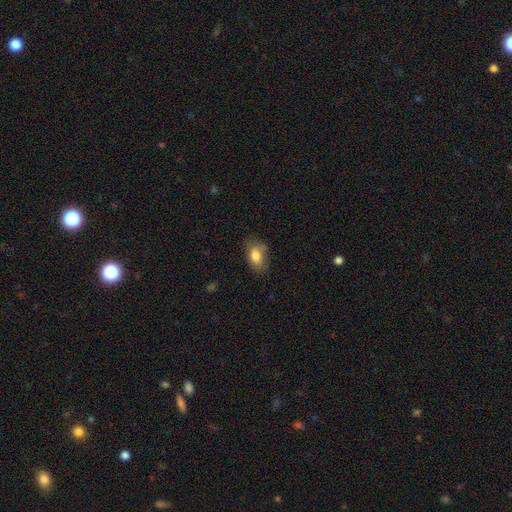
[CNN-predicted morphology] The model was most divided on "merging": none: 63%, minor disturbance: 27%, major disturbance: 7%, merger: 3%. More confident: how rounded — in between (86%); smooth or featured — smooth (79%).